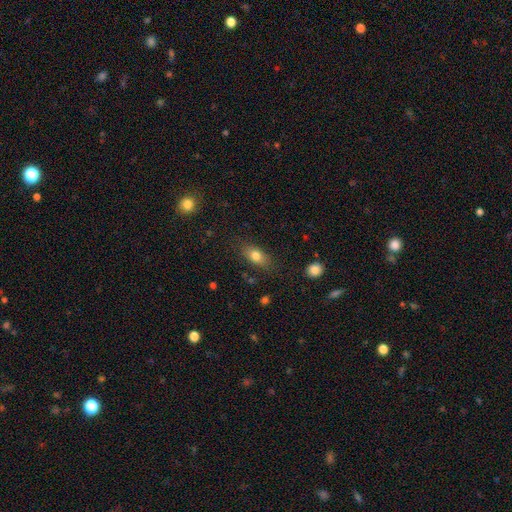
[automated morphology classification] smooth 79%, featured or disk 12%, star or artifact 9%. Down the decision tree: how rounded — in between (81%); merging — none (80%).